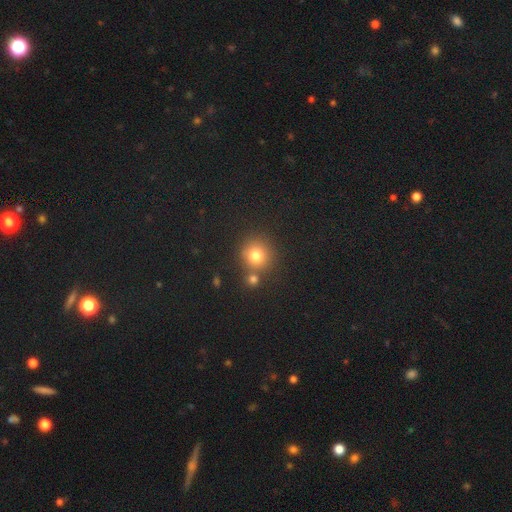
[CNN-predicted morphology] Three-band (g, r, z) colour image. It shows a smooth galaxy with no disk features (77%) that is round (90%). Merging: none (69%).